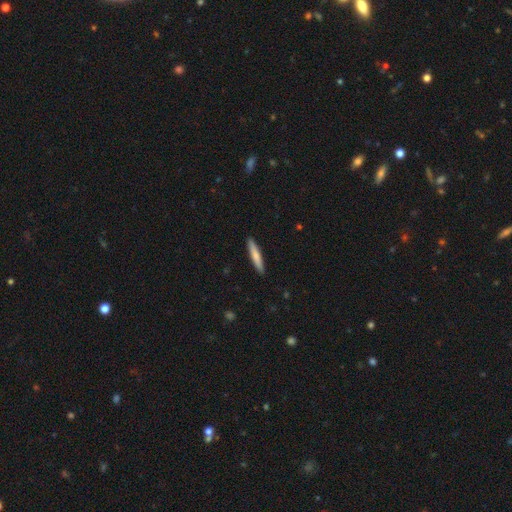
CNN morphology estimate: This appears to be a smooth galaxy with no disk features (73%) that is cigar-shaped (92%). Merging: none (91%).